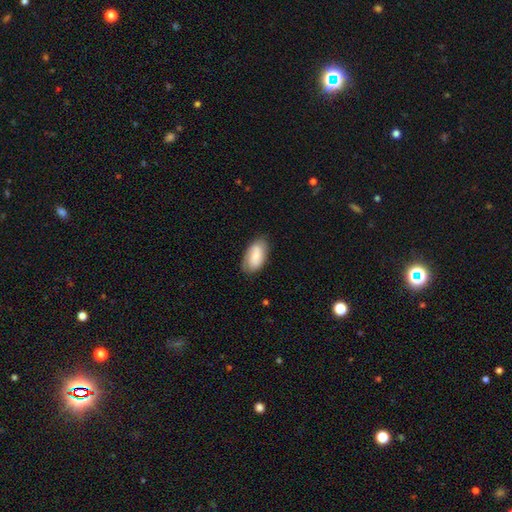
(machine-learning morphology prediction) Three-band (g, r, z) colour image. It shows a smooth galaxy with no disk features (69%) that is in between round and cigar-shaped (94%). Merging: none (78%).